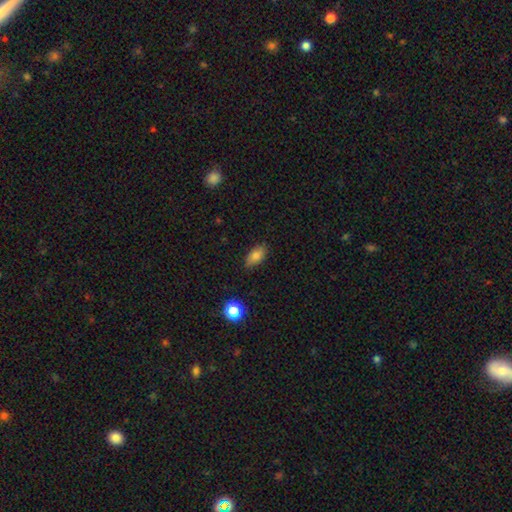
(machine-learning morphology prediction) Smooth or featured? smooth (81%)
How rounded? in between (88%)
Merging? none (83%)